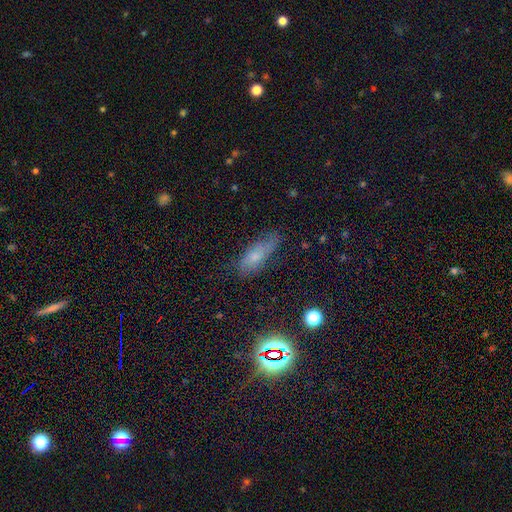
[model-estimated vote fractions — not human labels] Overall: smooth (59%; featured or disk 26%). How rounded: in between (69%). Merging: none (61%; minor disturbance 28%).